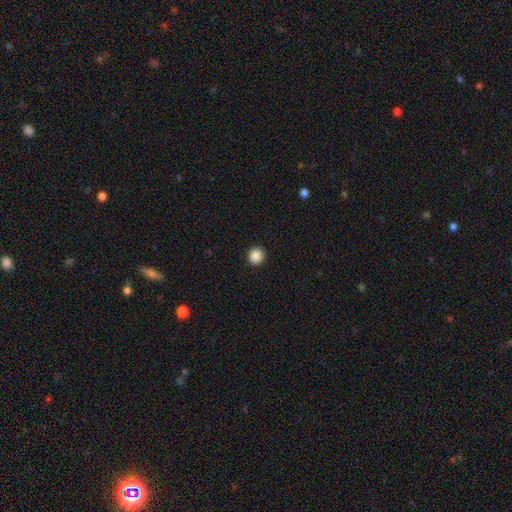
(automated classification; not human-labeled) The model was most divided on "smooth or featured": smooth: 88%, star or artifact: 9%, featured or disk: 3%. More confident: merging — none (93%); how rounded — round (89%).